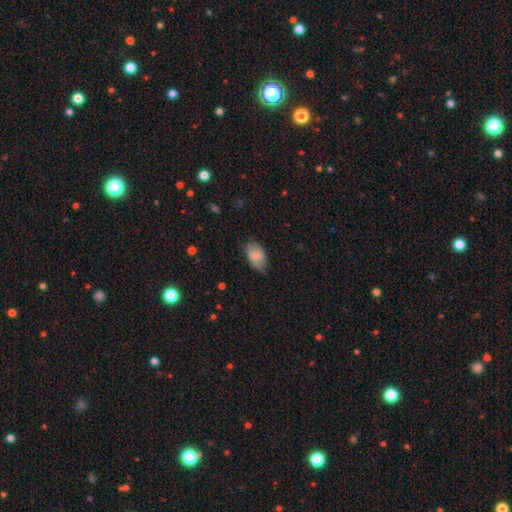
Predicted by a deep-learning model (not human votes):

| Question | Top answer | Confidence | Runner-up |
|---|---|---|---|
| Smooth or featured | smooth | 64% | featured or disk (30%) |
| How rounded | in between | 92% | round (7%) |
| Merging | none | 61% | minor disturbance (30%) |